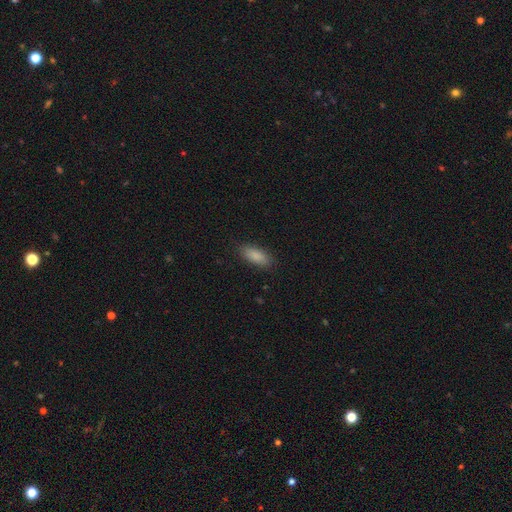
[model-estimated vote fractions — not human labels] Q: Smooth or featured?
A: smooth (88%); runner-up: star or artifact (7%)
Q: How rounded?
A: in between (77%); runner-up: cigar-shaped (21%)
Q: Merging?
A: none (87%); runner-up: minor disturbance (10%)